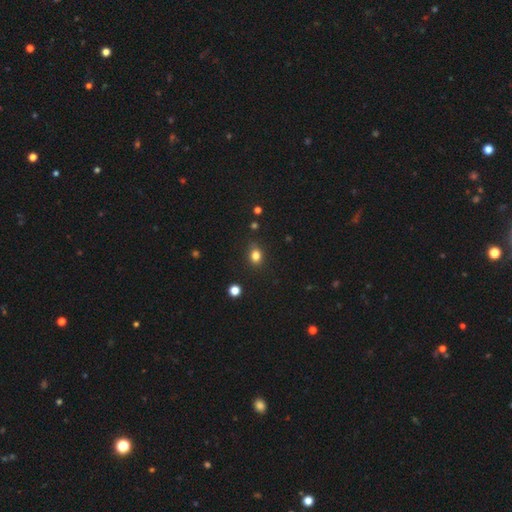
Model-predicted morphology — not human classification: Overall: smooth (81%). How rounded: in between (54%; round 45%). Merging: none (82%).